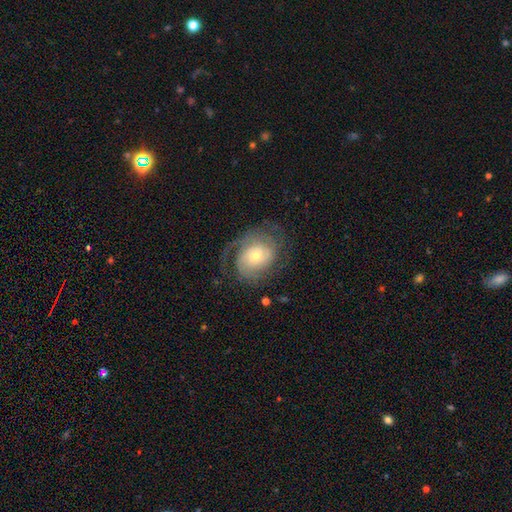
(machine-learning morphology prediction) This appears to be a featured or disk galaxy (78%) with no bar (71%), 2 (40%) tight (52%) spiral arms (92%) and a small central bulge (51%). Merging: none (65%).